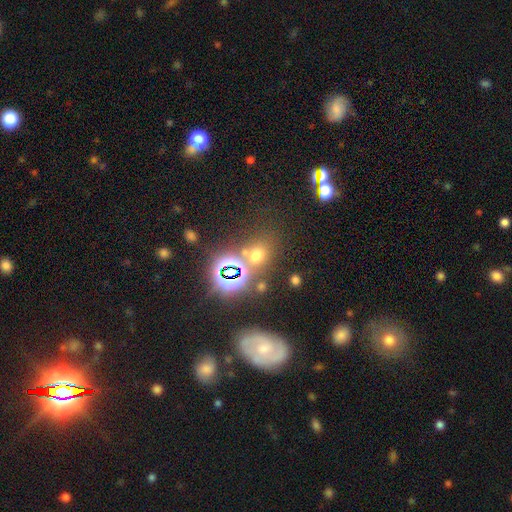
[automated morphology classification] This appears to be a smooth galaxy with no disk features (52%) that is round (65%). Merging: none (66%).